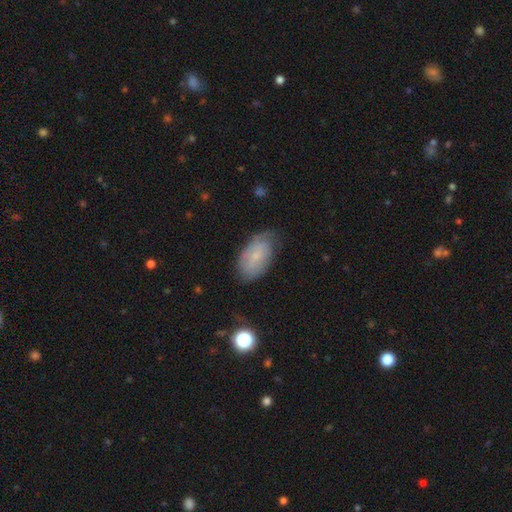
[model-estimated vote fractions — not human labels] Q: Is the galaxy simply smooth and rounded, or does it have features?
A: smooth — 51%.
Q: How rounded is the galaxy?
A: in between — 92%.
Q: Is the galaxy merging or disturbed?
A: none — 59%.